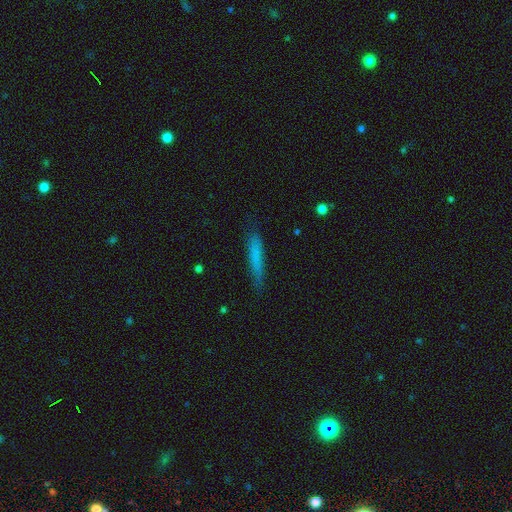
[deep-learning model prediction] smooth 73%, featured or disk 20%, star or artifact 7%. Down the decision tree: how rounded — cigar-shaped (92%); merging — none (80%).